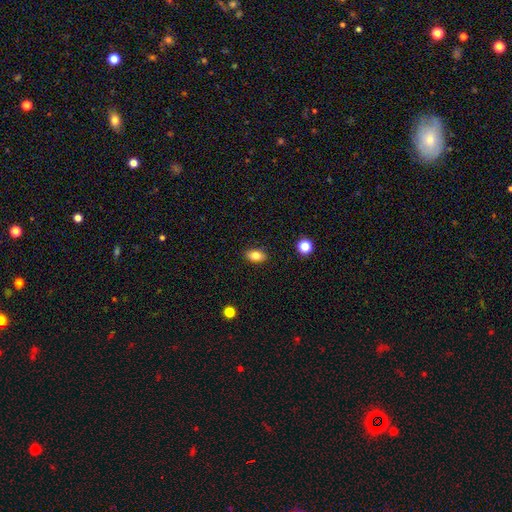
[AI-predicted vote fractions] Q: Smooth or featured?
A: smooth (80%); runner-up: featured or disk (10%)
Q: How rounded?
A: in between (86%); runner-up: round (12%)
Q: Merging?
A: none (88%); runner-up: minor disturbance (9%)